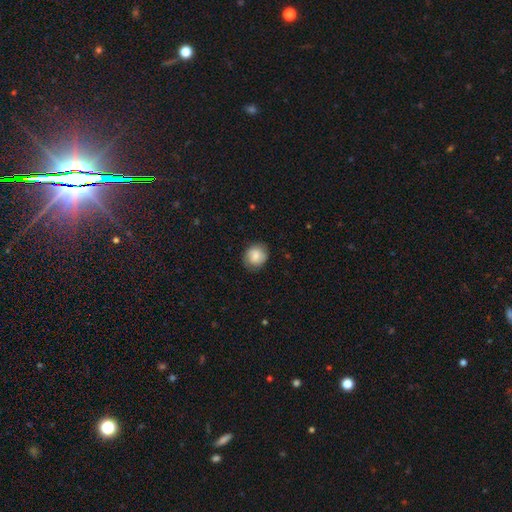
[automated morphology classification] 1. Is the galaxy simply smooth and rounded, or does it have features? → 72% smooth, 20% featured or disk, 8% star or artifact.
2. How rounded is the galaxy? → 74% round, 25% in between, 1% cigar-shaped.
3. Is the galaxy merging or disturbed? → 80% none, 15% minor disturbance, 4% major disturbance, 1% merger.